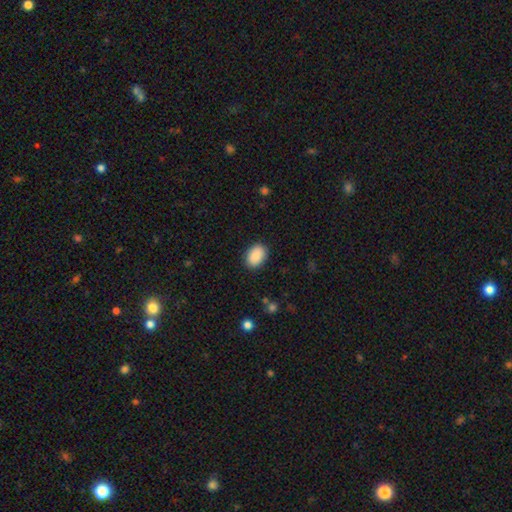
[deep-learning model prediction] A smooth galaxy with no disk features (90%) that is in between round and cigar-shaped (83%).

Vote fractions:
- Smooth or featured? smooth: 90% / star or artifact: 6% / featured or disk: 3%
- How rounded? in between: 83% / round: 16% / cigar-shaped: 1%
- Merging? none: 88% / minor disturbance: 9% / major disturbance: 2% / merger: 1%